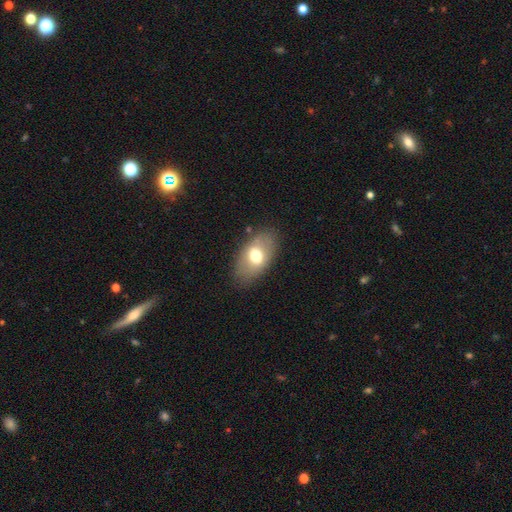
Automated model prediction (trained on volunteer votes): A smooth galaxy with no disk features (63%) that is in between round and cigar-shaped (90%).

Vote fractions:
- Smooth or featured? smooth: 63% / featured or disk: 29% / star or artifact: 8%
- How rounded? in between: 90% / round: 8% / cigar-shaped: 2%
- Merging? none: 80% / minor disturbance: 14% / major disturbance: 5% / merger: 2%